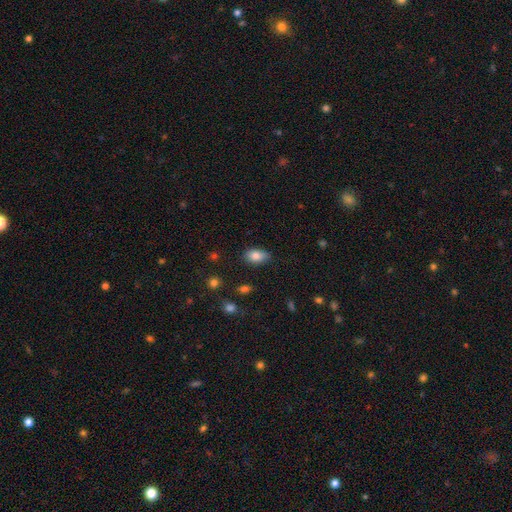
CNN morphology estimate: type=smooth (84%); roundness=in between (89%); merging=none (78%).